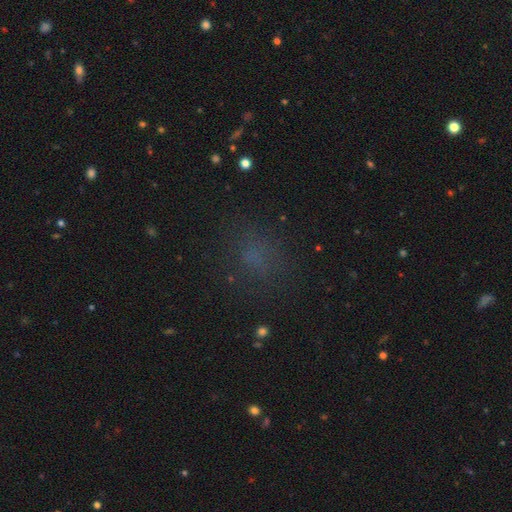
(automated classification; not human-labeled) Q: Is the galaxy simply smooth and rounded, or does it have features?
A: smooth — 59%.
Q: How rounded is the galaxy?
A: round — 63%.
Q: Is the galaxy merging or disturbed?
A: none — 77%.